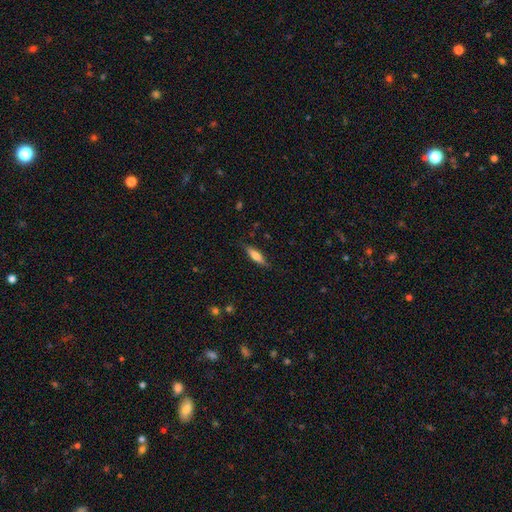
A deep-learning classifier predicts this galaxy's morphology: type=smooth (68%); roundness=cigar-shaped (60%); merging=none (81%).